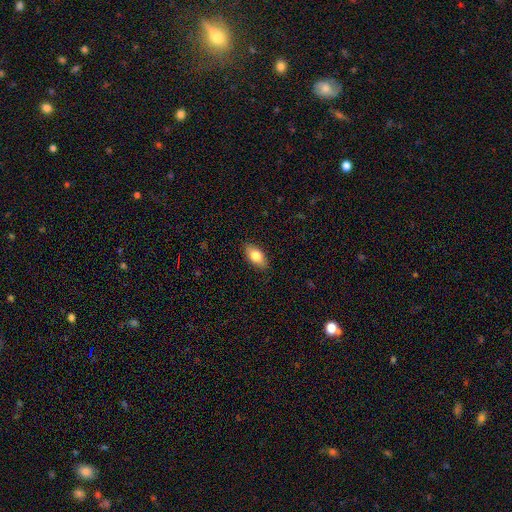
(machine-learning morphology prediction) type=smooth (79%); roundness=in between (89%); merging=none (86%).